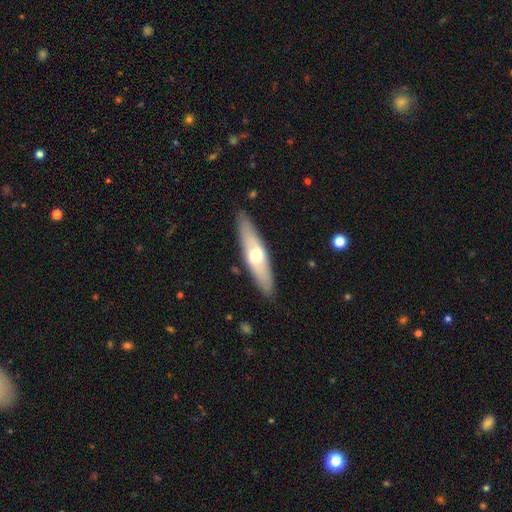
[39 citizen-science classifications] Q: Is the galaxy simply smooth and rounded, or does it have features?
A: featured or disk — 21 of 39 (54%).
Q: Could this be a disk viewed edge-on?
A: yes — 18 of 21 (86%).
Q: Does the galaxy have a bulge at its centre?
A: rounded — 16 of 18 (89%).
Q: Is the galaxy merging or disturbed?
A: none — 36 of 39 (92%).